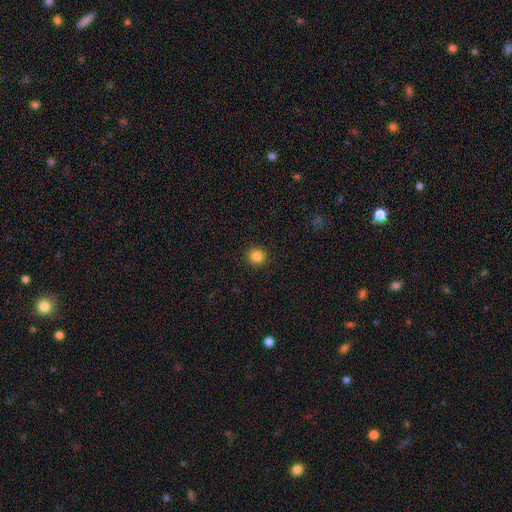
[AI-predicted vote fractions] A smooth galaxy with no disk features (84%) that is round (94%).

Vote fractions:
- Smooth or featured? smooth: 84% / star or artifact: 11% / featured or disk: 4%
- How rounded? round: 94% / in between: 6% / cigar-shaped: 1%
- Merging? none: 92% / minor disturbance: 5% / major disturbance: 2% / merger: 1%